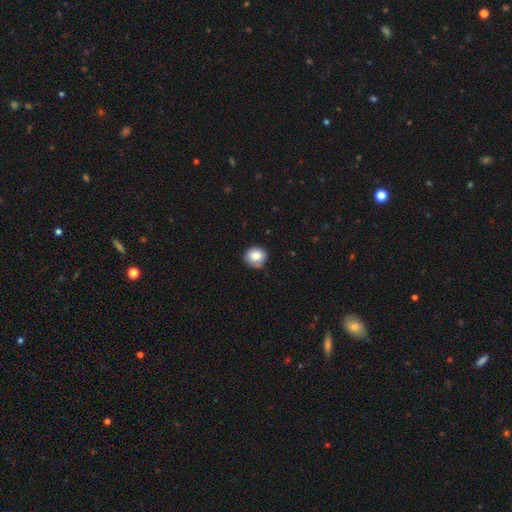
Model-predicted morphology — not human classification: smooth 82%, star or artifact 9%, featured or disk 9%. Down the decision tree: how rounded — round (90%); merging — none (79%).